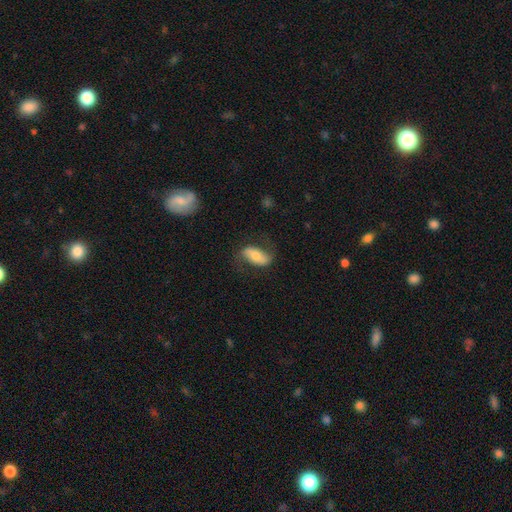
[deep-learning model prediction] A smooth galaxy with no disk features (48%).

Vote fractions:
- Smooth or featured? smooth: 48% / featured or disk: 46% / star or artifact: 7%
- Merging? none: 68% / minor disturbance: 20% / major disturbance: 11% / merger: 2%